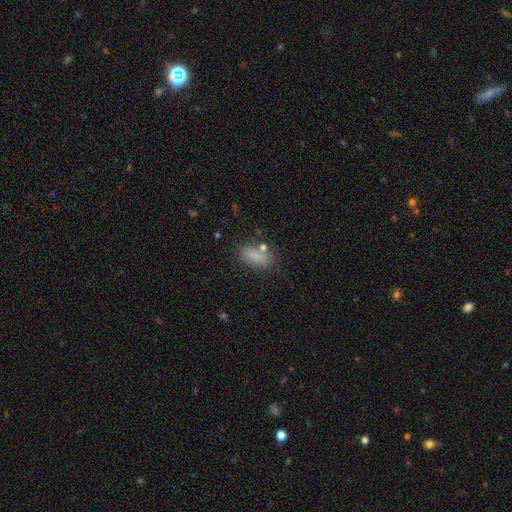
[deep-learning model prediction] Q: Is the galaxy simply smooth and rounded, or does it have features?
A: smooth — 84%.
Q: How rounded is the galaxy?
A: in between — 81%.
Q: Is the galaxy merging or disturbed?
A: none — 76%.